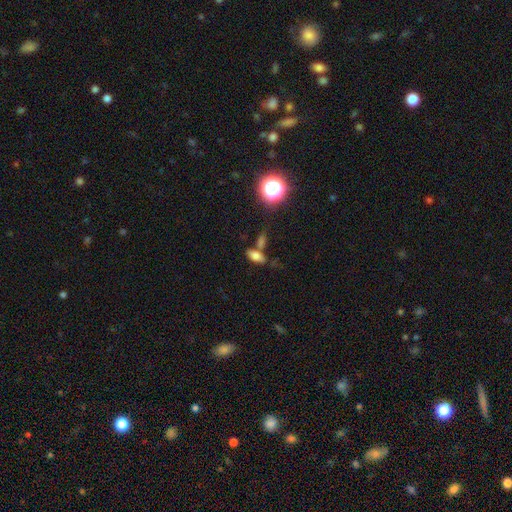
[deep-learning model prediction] Q: Smooth or featured?
A: smooth (74%); runner-up: star or artifact (14%)
Q: How rounded?
A: in between (82%); runner-up: cigar-shaped (12%)
Q: Merging?
A: none (55%); runner-up: merger (26%)